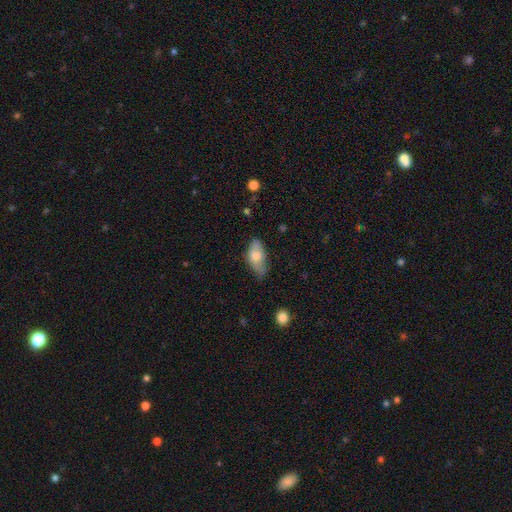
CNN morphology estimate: Smooth or featured? Predicted: smooth (p=0.69). How rounded? Predicted: in between (p=0.88). Merging? Predicted: none (p=0.53).